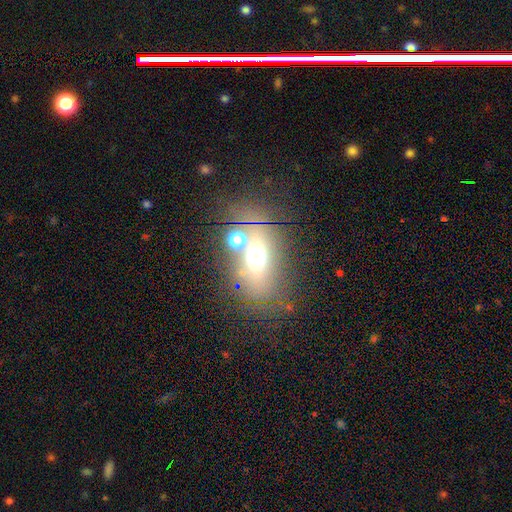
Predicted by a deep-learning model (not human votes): Q: Smooth or featured?
A: smooth (43%); runner-up: featured or disk (30%)
Q: Merging?
A: none (59%); runner-up: merger (17%)